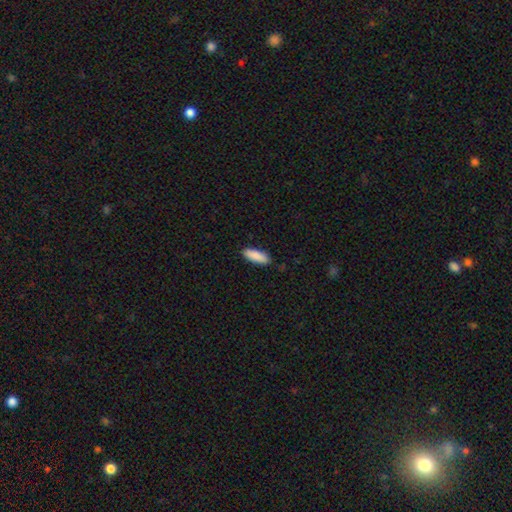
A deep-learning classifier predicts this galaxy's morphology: A smooth galaxy with no disk features (90%) that is in between round and cigar-shaped (64%).

Vote fractions:
- Smooth or featured? smooth: 90% / star or artifact: 5% / featured or disk: 5%
- How rounded? in between: 64% / cigar-shaped: 34% / round: 2%
- Merging? none: 87% / minor disturbance: 10% / major disturbance: 2% / merger: 1%